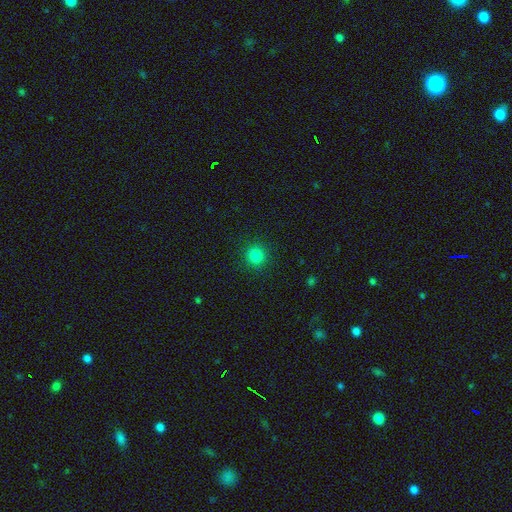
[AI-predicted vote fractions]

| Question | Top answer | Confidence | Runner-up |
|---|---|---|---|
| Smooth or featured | smooth | 83% | star or artifact (13%) |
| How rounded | round | 93% | in between (6%) |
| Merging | none | 91% | minor disturbance (6%) |